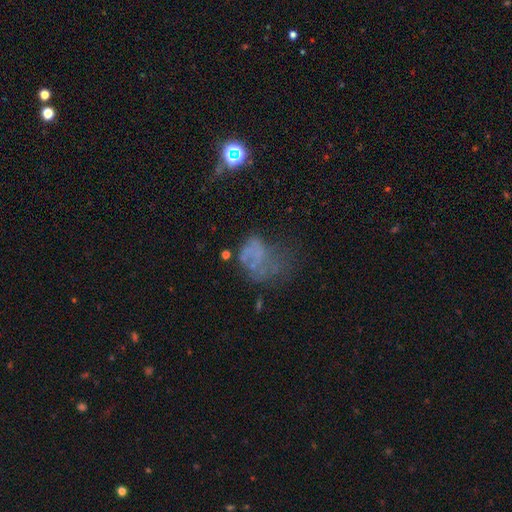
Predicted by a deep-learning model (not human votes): This is marginally a featured or disk galaxy (40%). Merging: marginally major disturbance (44%).